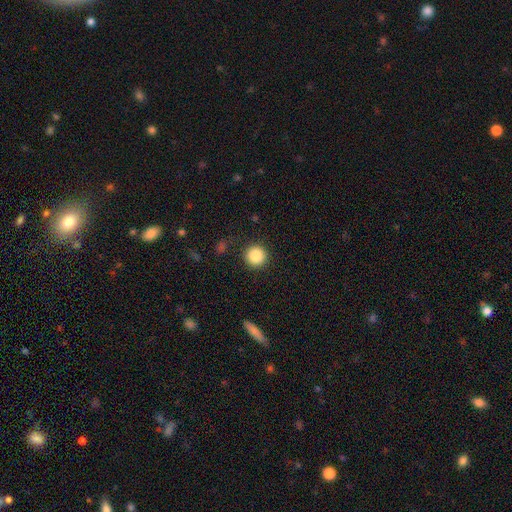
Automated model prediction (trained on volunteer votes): Smooth or featured: smooth — 86% (star or artifact — 9%)
How rounded: round — 95% (in between — 4%)
Merging: none — 90% (minor disturbance — 6%)